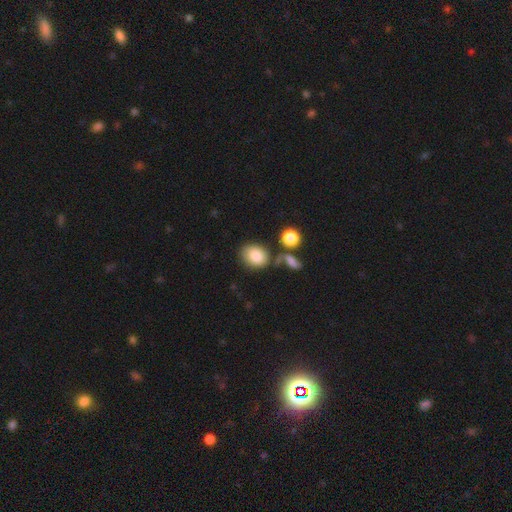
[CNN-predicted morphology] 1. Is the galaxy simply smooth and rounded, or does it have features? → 83% smooth, 8% star or artifact, 8% featured or disk.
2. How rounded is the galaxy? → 65% in between, 34% round, 1% cigar-shaped.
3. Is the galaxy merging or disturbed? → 65% none, 16% minor disturbance, 13% merger, 6% major disturbance.